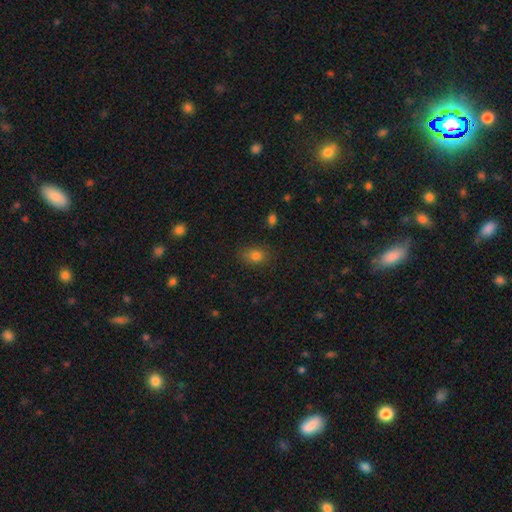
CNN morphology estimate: smooth 79%, star or artifact 13%, featured or disk 8%. Down the decision tree: how rounded — in between (70%); merging — none (77%).